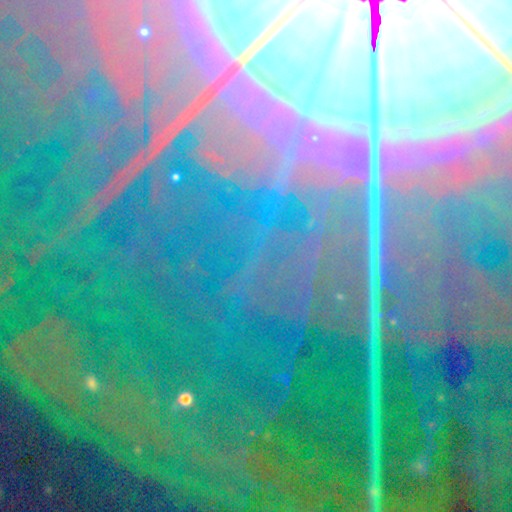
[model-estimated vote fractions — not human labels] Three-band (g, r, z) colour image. It shows a star or artifact, not a galaxy (85%).